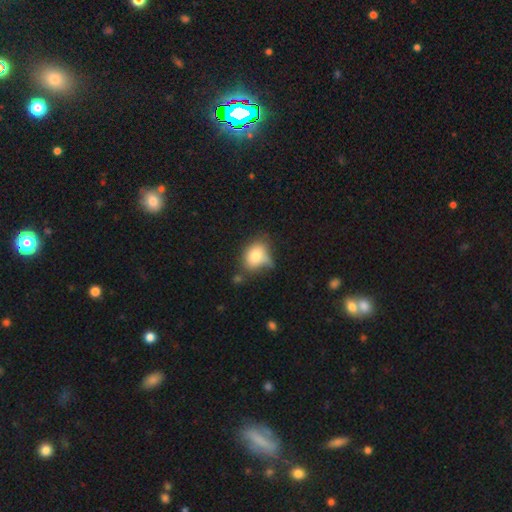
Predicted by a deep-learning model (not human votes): This appears to be a smooth galaxy with no disk features (77%) that is in between round and cigar-shaped (62%). Merging: none (45%).